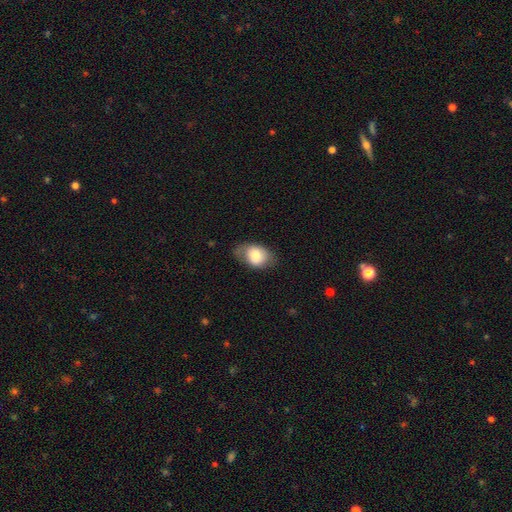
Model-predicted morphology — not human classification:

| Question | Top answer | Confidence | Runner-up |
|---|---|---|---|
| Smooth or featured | smooth | 75% | featured or disk (17%) |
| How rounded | in between | 79% | round (20%) |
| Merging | none | 64% | minor disturbance (25%) |